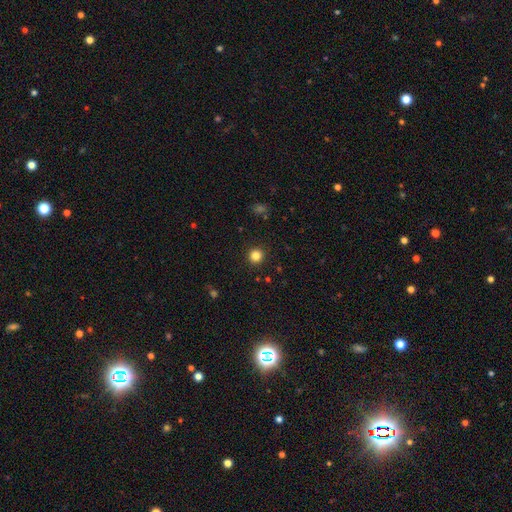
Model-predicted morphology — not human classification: A smooth galaxy with no disk features (84%) that is round (94%). Merging: none (92%).